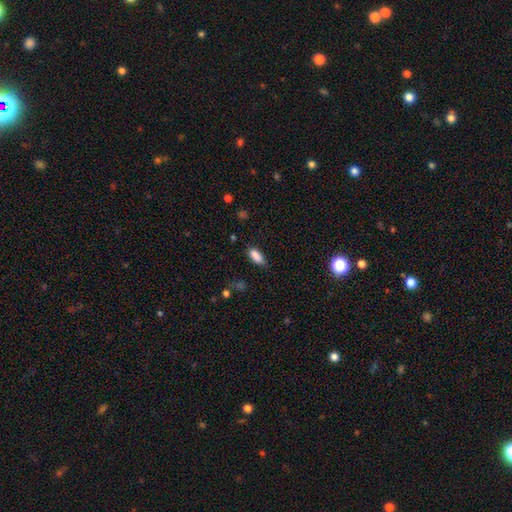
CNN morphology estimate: This is clearly a smooth galaxy (86%). How rounded: clearly in between (82%). Merging: likely none (66%).